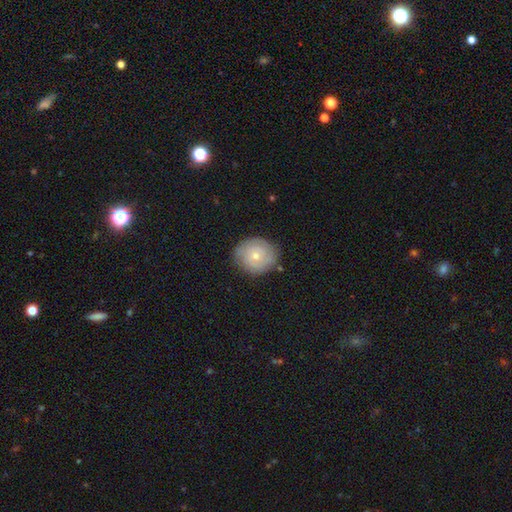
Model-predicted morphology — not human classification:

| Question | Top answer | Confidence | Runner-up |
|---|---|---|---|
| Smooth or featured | featured or disk | 58% | smooth (36%) |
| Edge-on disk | no | 97% | yes (3%) |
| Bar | no | 82% | weak (15%) |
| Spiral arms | yes | 80% | no (20%) |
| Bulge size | small | 60% | moderate (37%) |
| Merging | none | 80% | minor disturbance (15%) |